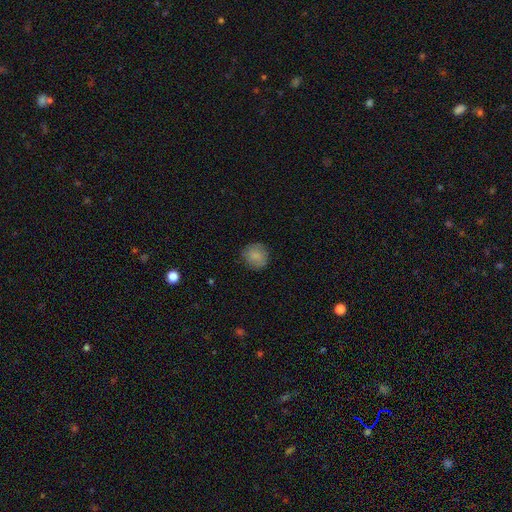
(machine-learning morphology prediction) This appears to be a smooth galaxy with no disk features (82%) that is round (85%). Merging: none (81%).